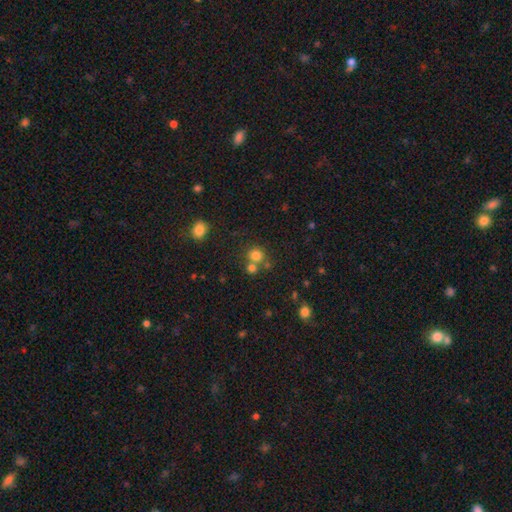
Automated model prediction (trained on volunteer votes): Smooth or featured?
  - smooth: 77% *
  - star or artifact: 16%
  - featured or disk: 7%
How rounded?
  - round: 89% *
  - in between: 10%
  - cigar-shaped: 1%
Merging?
  - none: 60% *
  - merger: 29%
  - minor disturbance: 7%
  - major disturbance: 3%